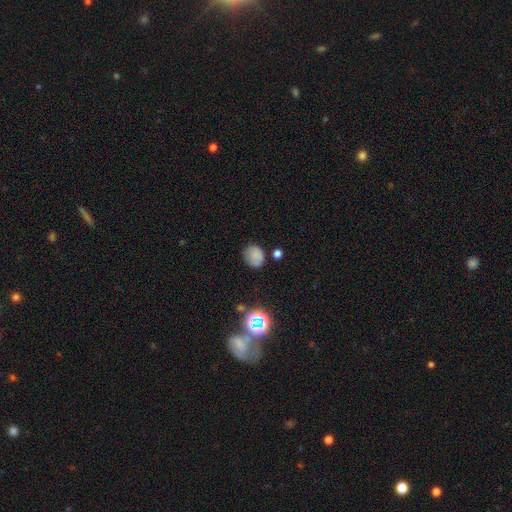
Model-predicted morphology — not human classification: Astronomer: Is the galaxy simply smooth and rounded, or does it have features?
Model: smooth — 76%.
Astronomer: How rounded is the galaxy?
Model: round — 63%.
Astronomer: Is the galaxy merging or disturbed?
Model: none — 72%.